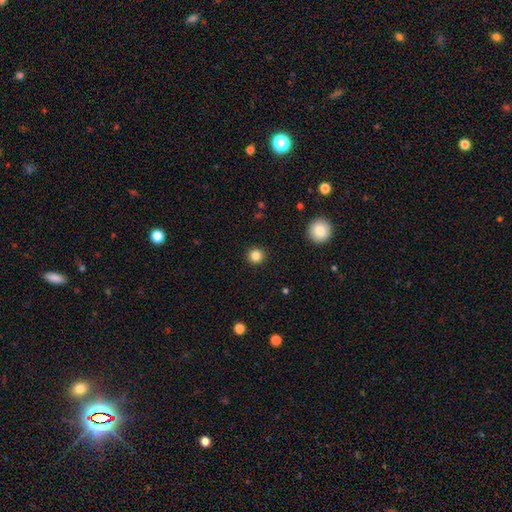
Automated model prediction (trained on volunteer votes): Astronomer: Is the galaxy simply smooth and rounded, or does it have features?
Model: smooth — 84%.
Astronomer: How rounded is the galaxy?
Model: round — 95%.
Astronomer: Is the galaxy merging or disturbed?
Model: none — 93%.